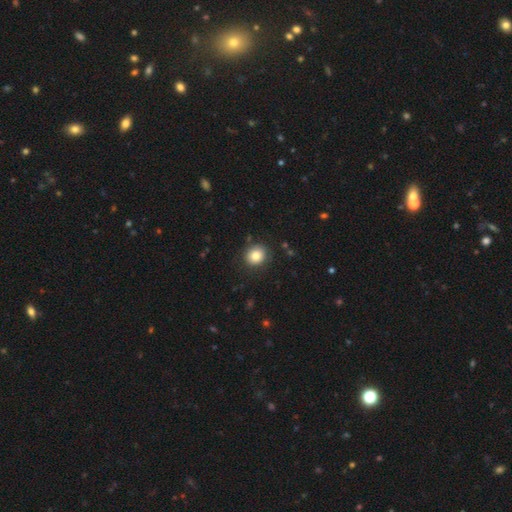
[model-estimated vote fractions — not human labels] Q: Smooth or featured?
A: smooth (82%); runner-up: star or artifact (10%)
Q: How rounded?
A: round (83%); runner-up: in between (16%)
Q: Merging?
A: none (88%); runner-up: minor disturbance (8%)